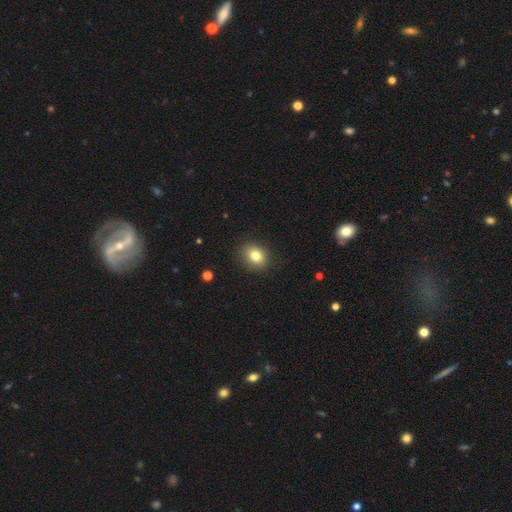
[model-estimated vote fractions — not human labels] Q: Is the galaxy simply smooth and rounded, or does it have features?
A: smooth — 80%.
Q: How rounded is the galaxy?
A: round — 55%.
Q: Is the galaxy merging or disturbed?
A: none — 88%.